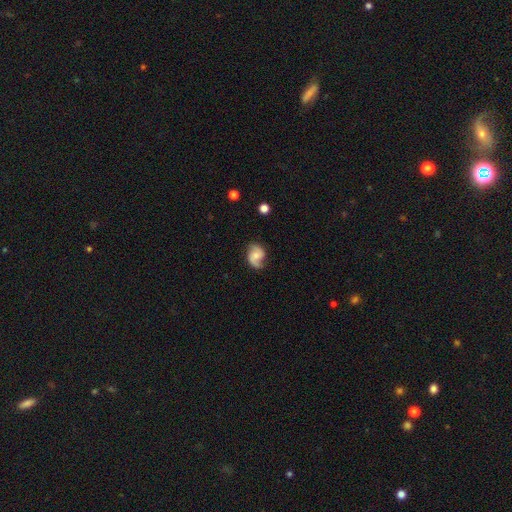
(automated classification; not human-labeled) smooth_or_featured: featured or disk (p=0.72) [alt: smooth p=0.21]
disk_edge_on: no (p=0.98) [alt: yes p=0.02]
bar: no (p=0.57) [alt: weak p=0.35]
has_spiral_arms: yes (p=0.95) [alt: no p=0.05]
spiral_winding: medium (p=0.42) [alt: loose p=0.41]
spiral_arm_count: 2 (p=0.83) [alt: 1 p=0.09]
bulge_size: small (p=0.46) [alt: moderate p=0.38]
merging: none (p=0.70) [alt: minor disturbance p=0.21]